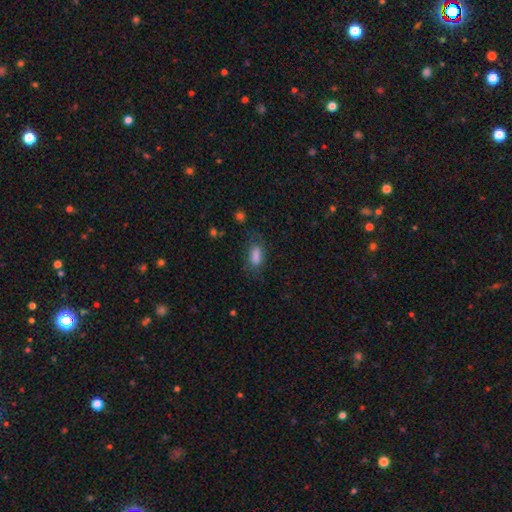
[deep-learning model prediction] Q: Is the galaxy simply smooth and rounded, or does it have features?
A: smooth — 80%.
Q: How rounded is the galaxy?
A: in between — 82%.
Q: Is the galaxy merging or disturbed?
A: none — 64%.